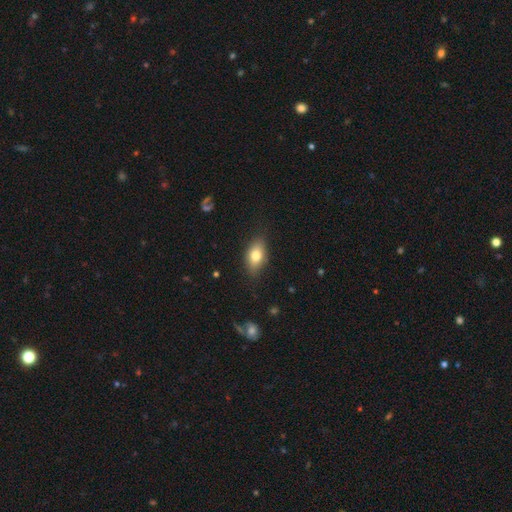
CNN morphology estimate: A smooth galaxy with no disk features (76%) that is in between round and cigar-shaped (86%). Merging: none (80%).